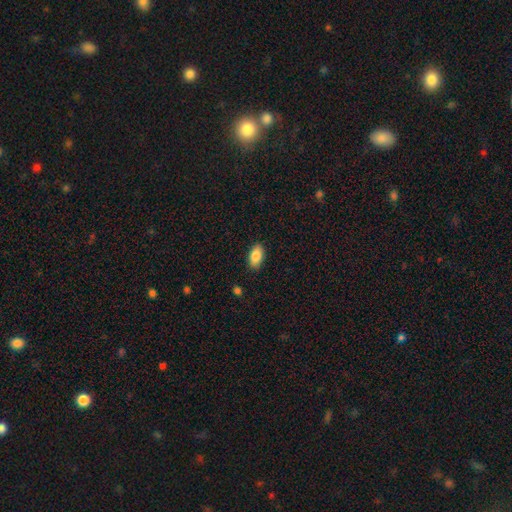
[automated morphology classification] type=smooth (85%); roundness=in between (93%); merging=none (88%).